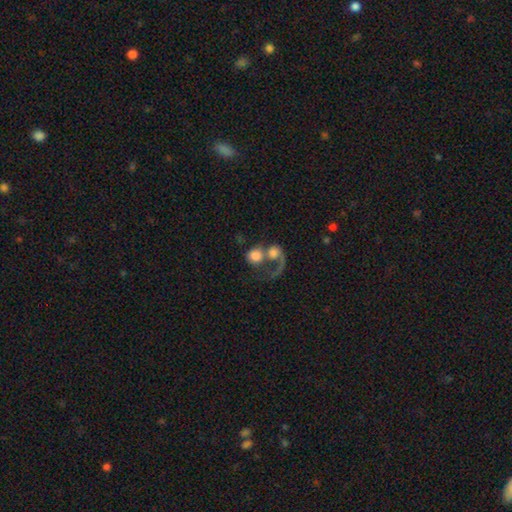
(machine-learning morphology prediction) Overall: smooth (59%; featured or disk 32%). How rounded: round (80%). Merging: merger (60%).